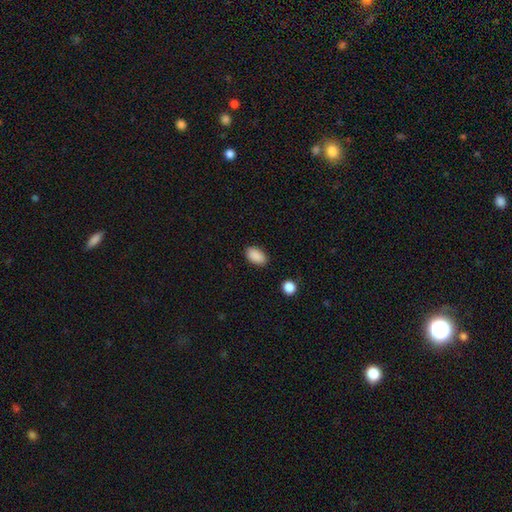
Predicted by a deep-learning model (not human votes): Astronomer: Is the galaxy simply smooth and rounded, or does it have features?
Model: smooth — 90%.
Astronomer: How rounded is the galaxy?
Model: in between — 92%.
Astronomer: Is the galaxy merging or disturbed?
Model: none — 87%.